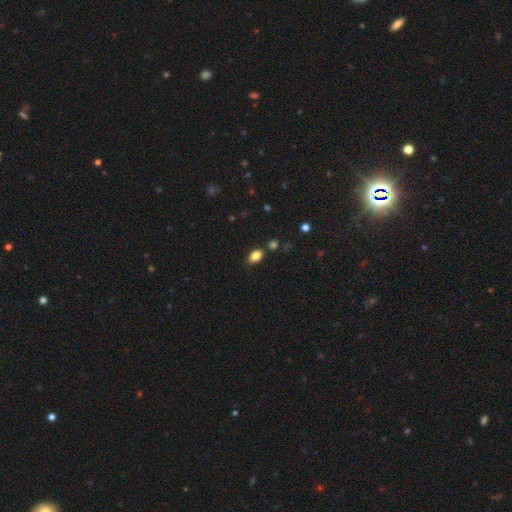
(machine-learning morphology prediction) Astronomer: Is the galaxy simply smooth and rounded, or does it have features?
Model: smooth — 84%.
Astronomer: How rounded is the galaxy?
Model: in between — 86%.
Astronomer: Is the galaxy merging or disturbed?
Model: none — 79%.